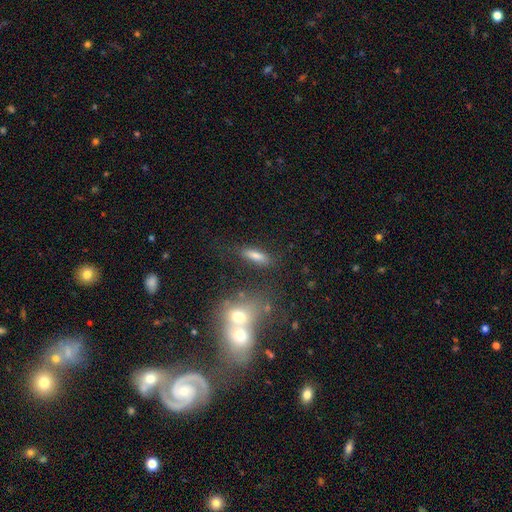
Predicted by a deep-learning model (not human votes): smooth 70%, featured or disk 18%, star or artifact 12%. Down the decision tree: how rounded — cigar-shaped (49%); merging — none (67%).